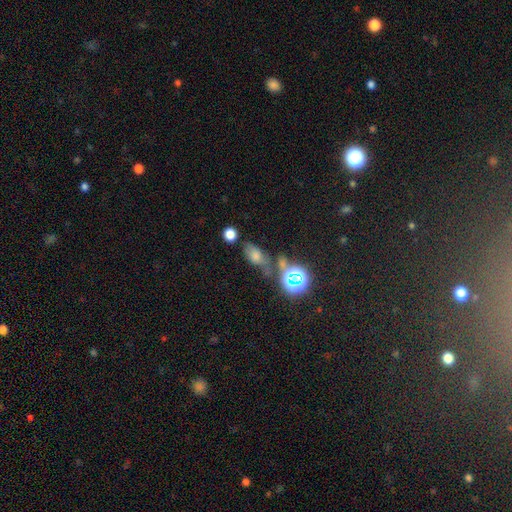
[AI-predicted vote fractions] Smooth or featured: star or artifact — 42% (smooth — 39%)